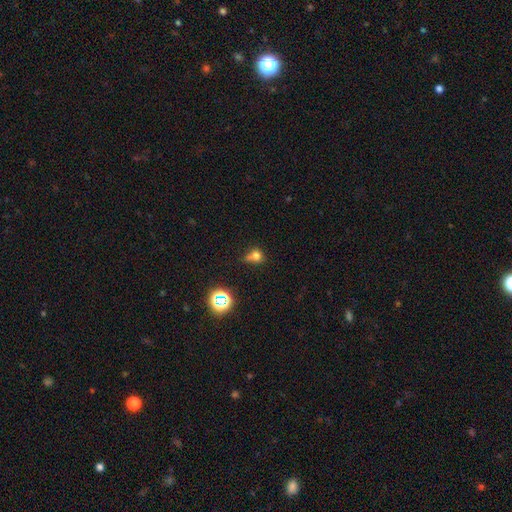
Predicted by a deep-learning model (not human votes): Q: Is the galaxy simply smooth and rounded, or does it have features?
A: smooth — 69%.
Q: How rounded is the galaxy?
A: round — 72%.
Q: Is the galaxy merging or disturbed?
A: none — 41%.